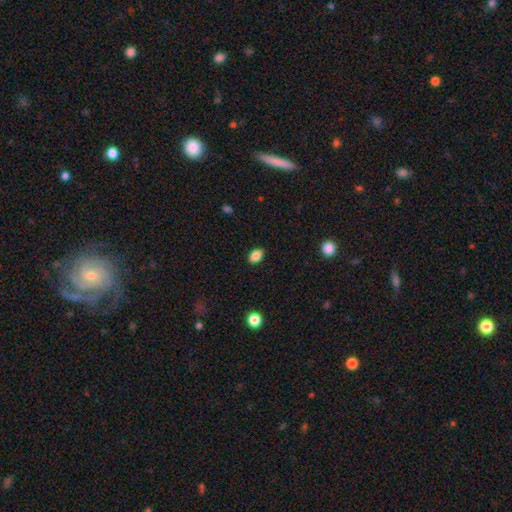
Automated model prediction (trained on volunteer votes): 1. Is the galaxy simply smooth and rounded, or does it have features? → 87% smooth, 9% star or artifact, 4% featured or disk.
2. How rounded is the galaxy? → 84% in between, 14% round, 2% cigar-shaped.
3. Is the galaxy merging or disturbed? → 87% none, 10% minor disturbance, 2% major disturbance, 1% merger.